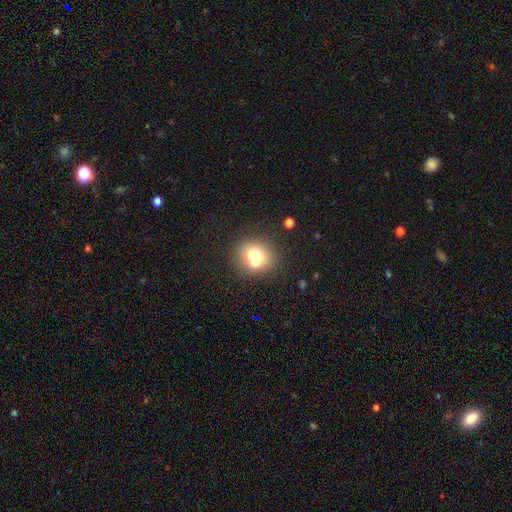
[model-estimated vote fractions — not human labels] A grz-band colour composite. It shows a smooth galaxy with no disk features (65%) that is round (82%). Merging: none (49%).